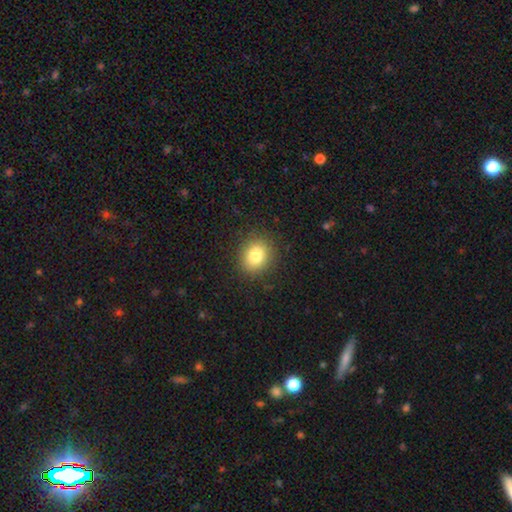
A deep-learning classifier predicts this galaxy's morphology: A smooth galaxy with no disk features (82%) that is round (71%).

Vote fractions:
- Smooth or featured? smooth: 82% / star or artifact: 11% / featured or disk: 8%
- How rounded? round: 71% / in between: 28% / cigar-shaped: 1%
- Merging? none: 87% / minor disturbance: 9% / major disturbance: 3% / merger: 1%